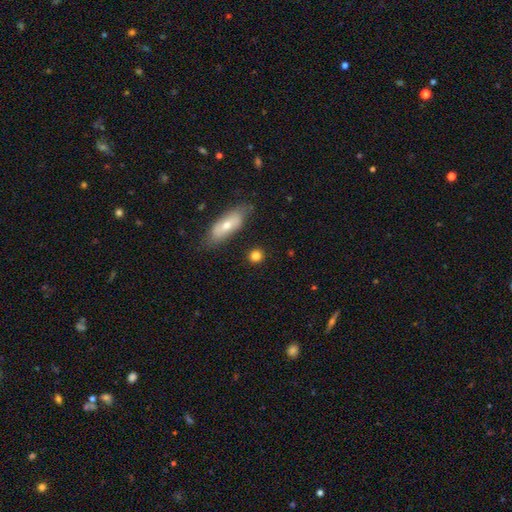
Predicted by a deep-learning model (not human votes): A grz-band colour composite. It shows a smooth galaxy with no disk features (83%) that is round (81%). Merging: none (83%).